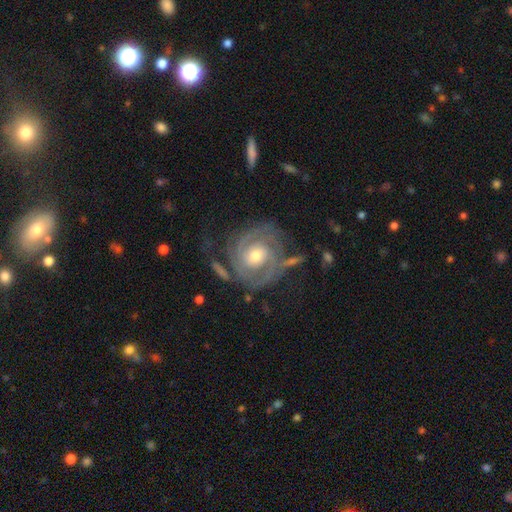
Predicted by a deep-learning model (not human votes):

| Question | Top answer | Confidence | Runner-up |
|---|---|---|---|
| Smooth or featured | featured or disk | 88% | smooth (7%) |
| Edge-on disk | no | 97% | yes (3%) |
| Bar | no | 68% | weak (24%) |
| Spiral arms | yes | 95% | no (5%) |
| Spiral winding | tight | 69% | medium (25%) |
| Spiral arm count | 2 | 57% | can't tell (16%) |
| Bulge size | moderate | 71% | small (20%) |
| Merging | none | 63% | minor disturbance (19%) |